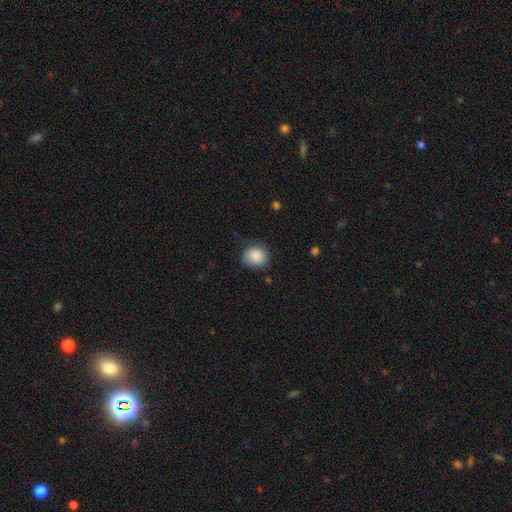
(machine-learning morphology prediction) smooth 86%, star or artifact 8%, featured or disk 6%. Down the decision tree: how rounded — round (71%); merging — none (71%).